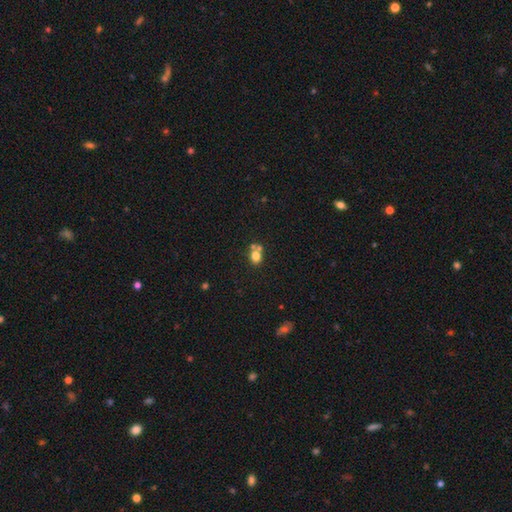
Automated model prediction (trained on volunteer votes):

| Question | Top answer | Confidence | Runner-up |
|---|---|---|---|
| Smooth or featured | smooth | 75% | star or artifact (14%) |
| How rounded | round | 66% | in between (33%) |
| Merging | none | 50% | merger (37%) |